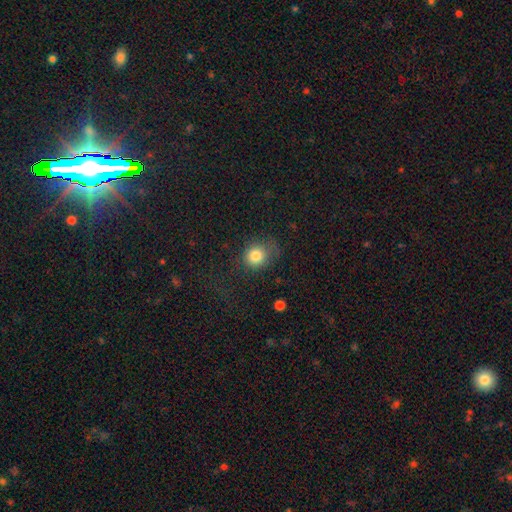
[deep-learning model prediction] Smooth or featured? Predicted: smooth (p=0.82). How rounded? Predicted: round (p=0.76). Merging? Predicted: none (p=0.63).